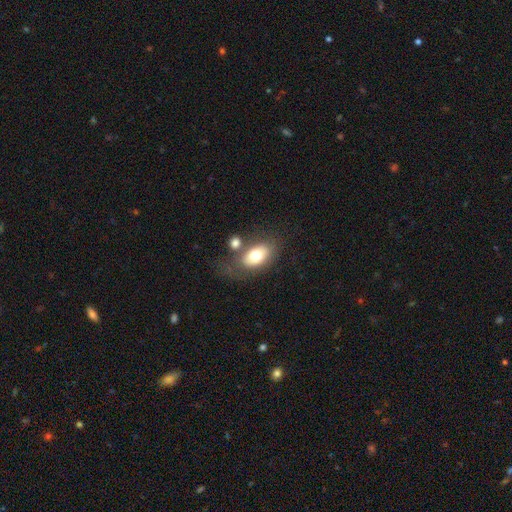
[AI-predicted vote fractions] This is likely a smooth galaxy (72%). How rounded: clearly in between (87%). Merging: possibly none (54%).